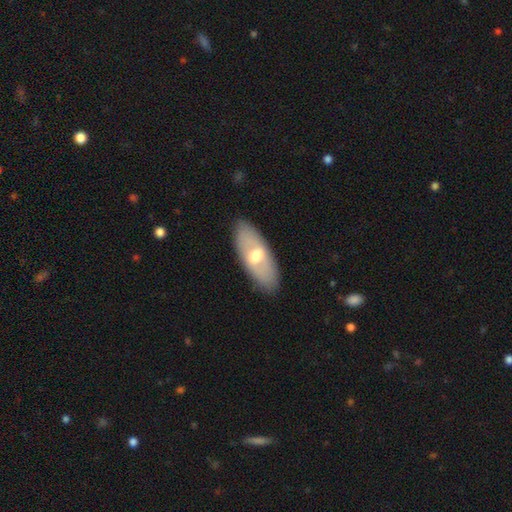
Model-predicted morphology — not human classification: This is possibly a smooth galaxy (52%). How rounded: clearly in between (81%). Merging: clearly none (86%).